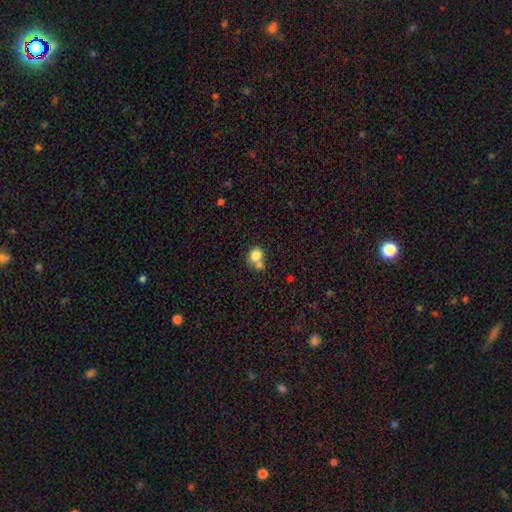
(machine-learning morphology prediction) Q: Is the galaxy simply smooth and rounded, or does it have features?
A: smooth — 80%.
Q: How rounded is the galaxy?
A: round — 61%.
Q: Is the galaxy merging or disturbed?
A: merger — 44%.